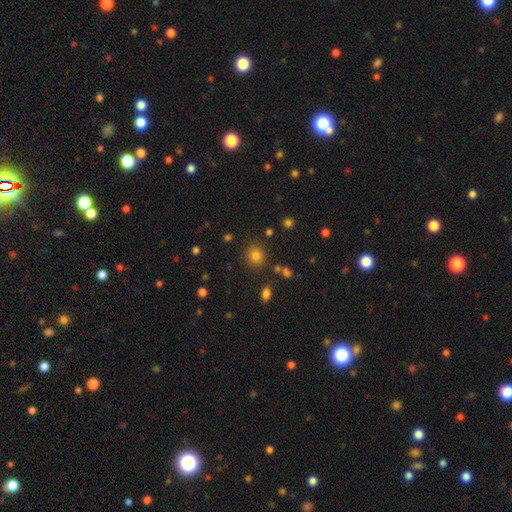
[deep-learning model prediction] This is likely a smooth galaxy (78%). How rounded: clearly round (84%). Merging: clearly none (84%).